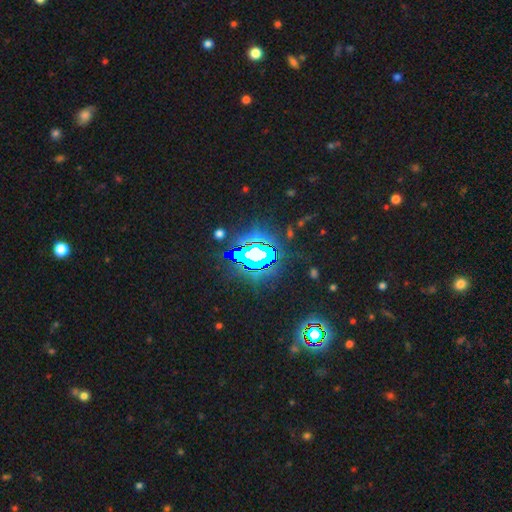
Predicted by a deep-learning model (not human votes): star or artifact 74%, featured or disk 13%, smooth 13%.